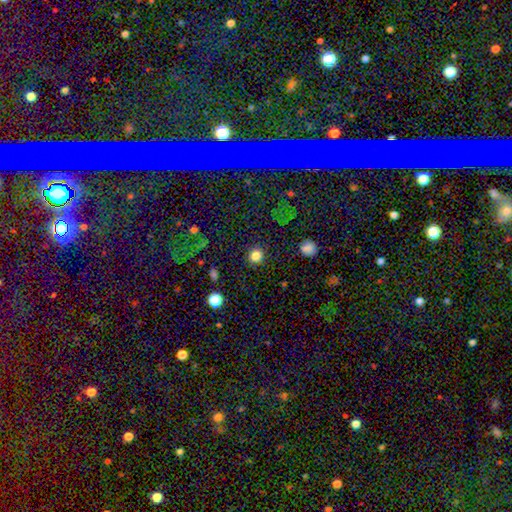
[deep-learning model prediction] This is clearly a smooth galaxy (83%). How rounded: clearly round (91%). Merging: clearly none (91%).